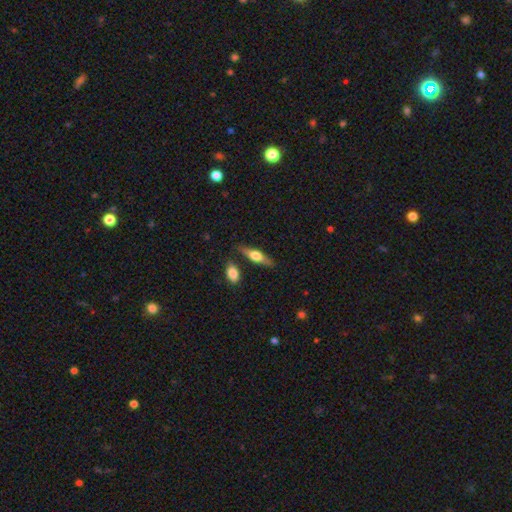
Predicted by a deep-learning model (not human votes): Smooth or featured: smooth — 47% (tied with featured or disk — 47%)
Merging: none — 79% (minor disturbance — 12%)